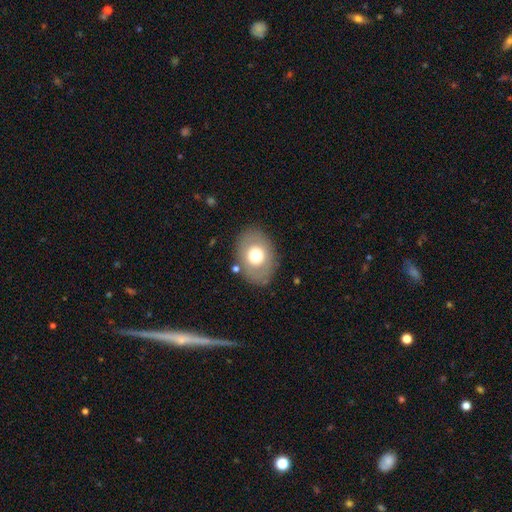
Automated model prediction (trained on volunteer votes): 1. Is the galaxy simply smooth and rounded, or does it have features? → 64% smooth, 28% featured or disk, 8% star or artifact.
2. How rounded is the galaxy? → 66% in between, 33% round, 1% cigar-shaped.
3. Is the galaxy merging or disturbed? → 83% none, 11% minor disturbance, 4% major disturbance, 2% merger.